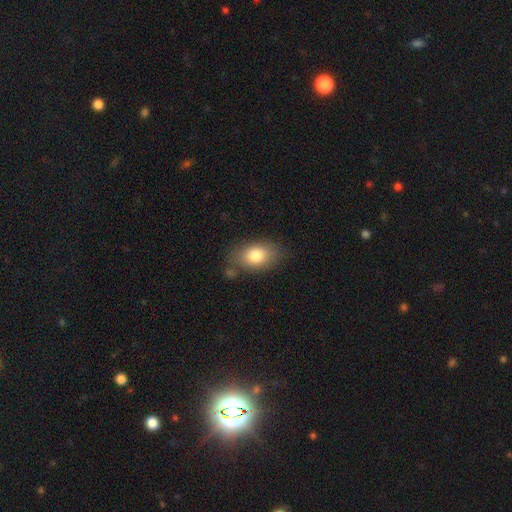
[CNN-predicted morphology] Smooth or featured? Predicted: smooth (p=0.80). How rounded? Predicted: in between (p=0.85). Merging? Predicted: none (p=0.72).